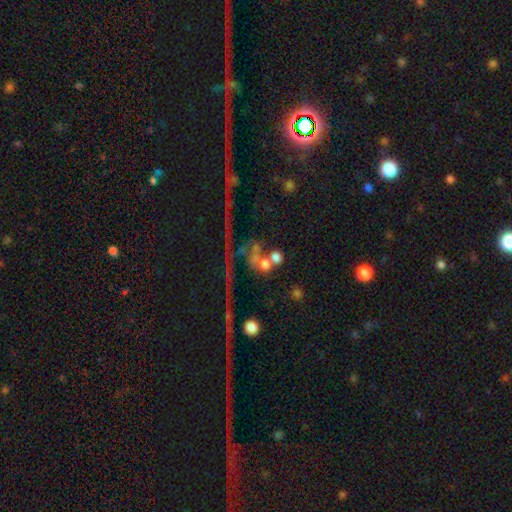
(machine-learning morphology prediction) smooth-or-featured: smooth: 46% | star or artifact: 32% | featured or disk: 21%
  merging: none: 45% | merger: 33% | major disturbance: 12% | minor disturbance: 9%